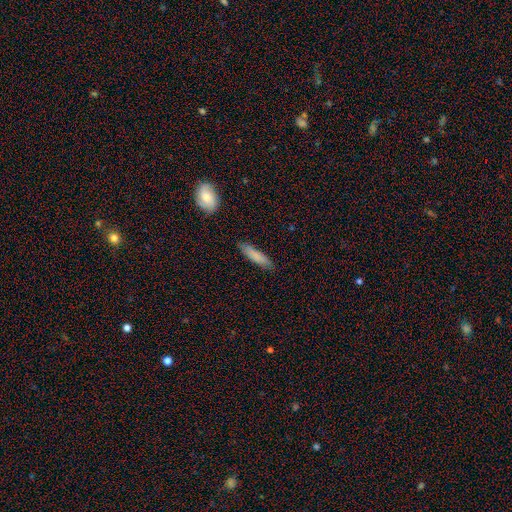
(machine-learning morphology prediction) Q: Smooth or featured?
A: smooth (82%); runner-up: featured or disk (12%)
Q: How rounded?
A: cigar-shaped (79%); runner-up: in between (19%)
Q: Merging?
A: none (84%); runner-up: minor disturbance (12%)